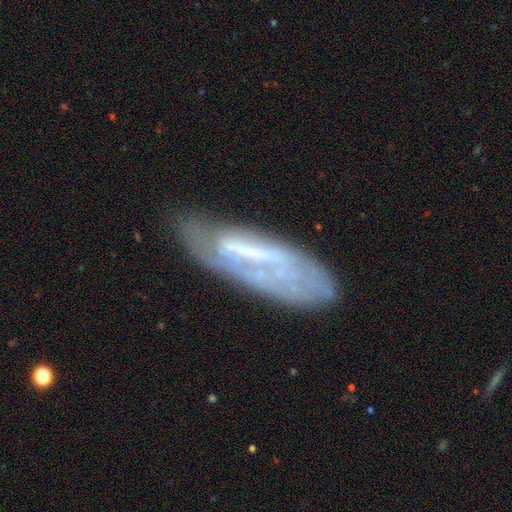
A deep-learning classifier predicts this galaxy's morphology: Q: Smooth or featured?
A: featured or disk (60%); runner-up: smooth (31%)
Q: Edge-on disk?
A: no (71%); runner-up: yes (29%)
Q: Merging?
A: none (57%); runner-up: minor disturbance (26%)